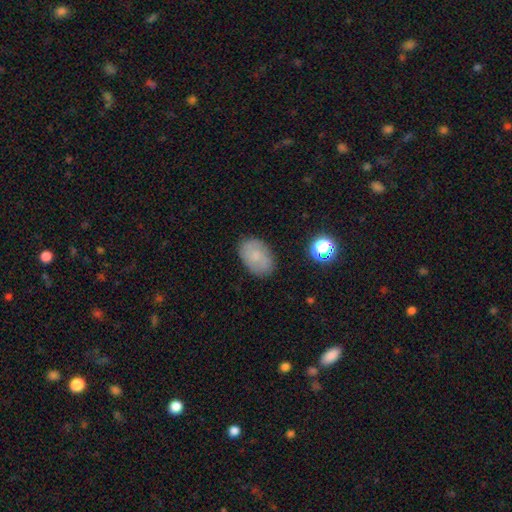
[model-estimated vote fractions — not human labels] Smooth or featured: smooth — 65% (featured or disk — 25%)
How rounded: in between — 83% (round — 16%)
Merging: none — 82% (minor disturbance — 13%)